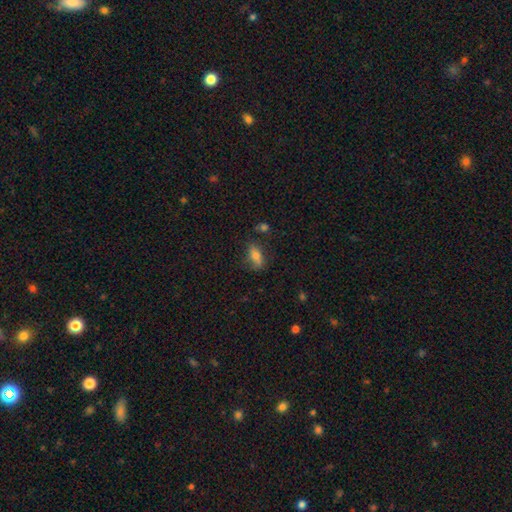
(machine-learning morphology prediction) Smooth or featured: smooth — 71% (featured or disk — 19%)
How rounded: in between — 81% (cigar-shaped — 13%)
Merging: none — 62% (minor disturbance — 25%)